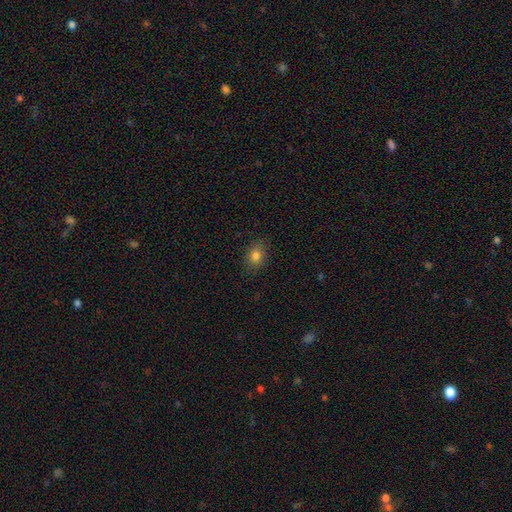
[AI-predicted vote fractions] Q: Smooth or featured?
A: smooth (80%); runner-up: star or artifact (12%)
Q: How rounded?
A: in between (60%); runner-up: round (38%)
Q: Merging?
A: none (86%); runner-up: minor disturbance (11%)